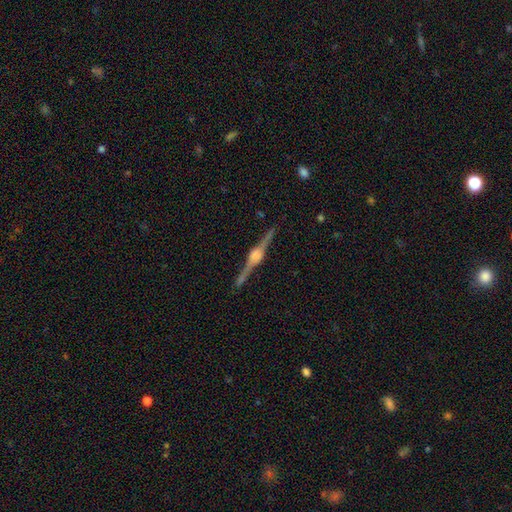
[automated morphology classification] smooth_or_featured: featured or disk (p=0.88) [alt: star or artifact p=0.06]
disk_edge_on: yes (p=0.98) [alt: no p=0.02]
edge_on_bulge: rounded (p=0.83) [alt: boxy p=0.15]
merging: none (p=0.89) [alt: minor disturbance p=0.08]